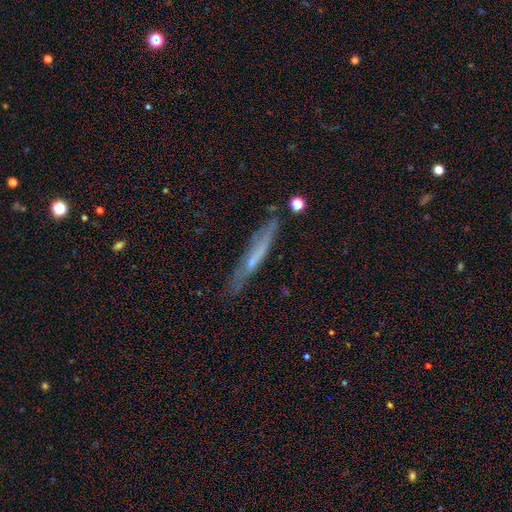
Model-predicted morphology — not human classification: A featured or disk galaxy (50%). Merging: none (76%).